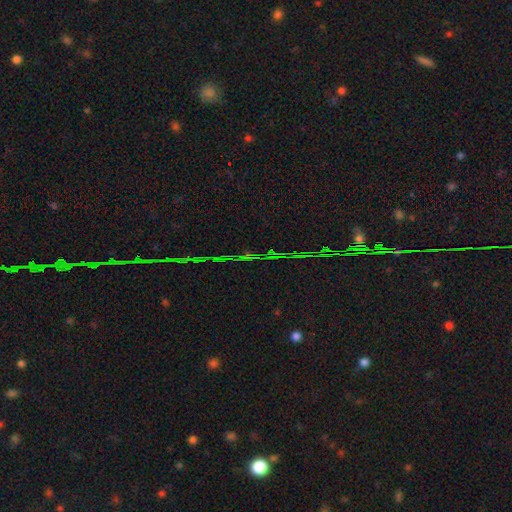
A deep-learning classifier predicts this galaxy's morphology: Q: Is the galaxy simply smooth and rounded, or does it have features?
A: star or artifact — 77%.